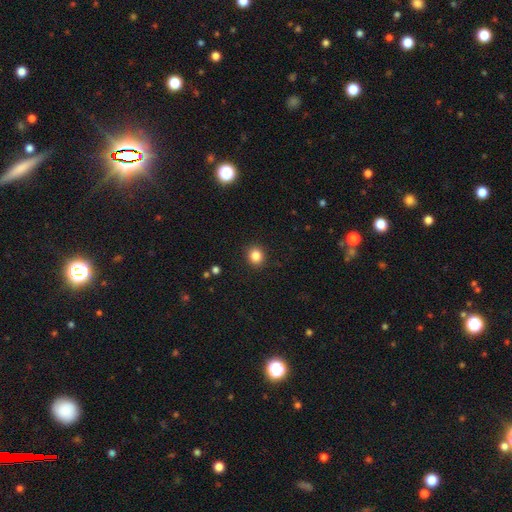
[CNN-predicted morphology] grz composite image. It shows a smooth galaxy with no disk features (84%) that is round (83%). Merging: none (91%).